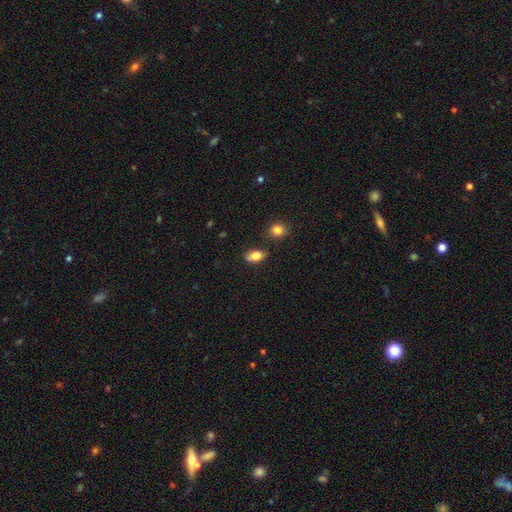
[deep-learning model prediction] Smooth or featured?
  - smooth: 81% *
  - featured or disk: 11%
  - star or artifact: 9%
How rounded?
  - in between: 86% *
  - round: 11%
  - cigar-shaped: 3%
Merging?
  - none: 76% *
  - minor disturbance: 14%
  - merger: 7%
  - major disturbance: 3%